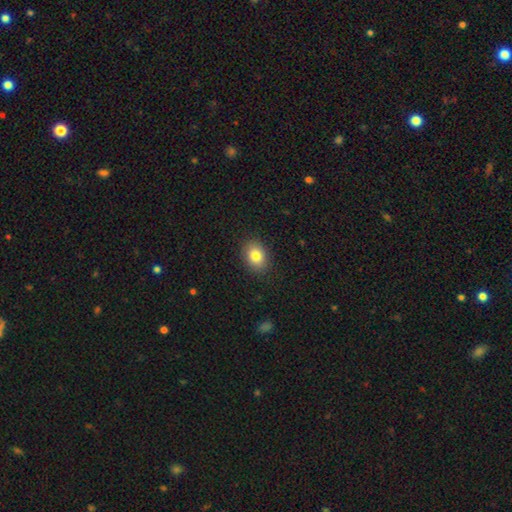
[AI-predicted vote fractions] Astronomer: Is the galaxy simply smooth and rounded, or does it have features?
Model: smooth — 83%.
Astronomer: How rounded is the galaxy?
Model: in between — 65%.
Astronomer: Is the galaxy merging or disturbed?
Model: none — 89%.